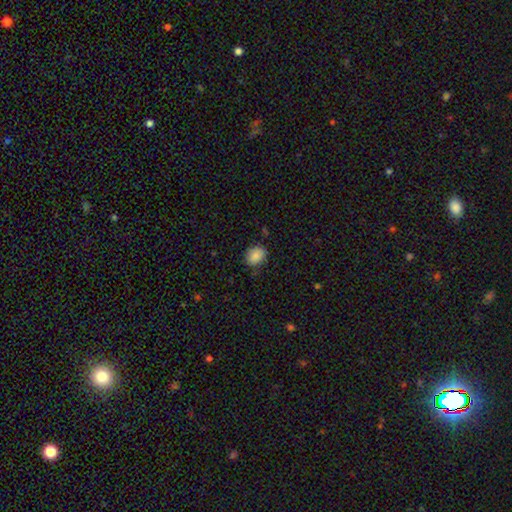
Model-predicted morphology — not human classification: smooth 86%, star or artifact 8%, featured or disk 6%. Down the decision tree: how rounded — in between (61%); merging — none (80%).